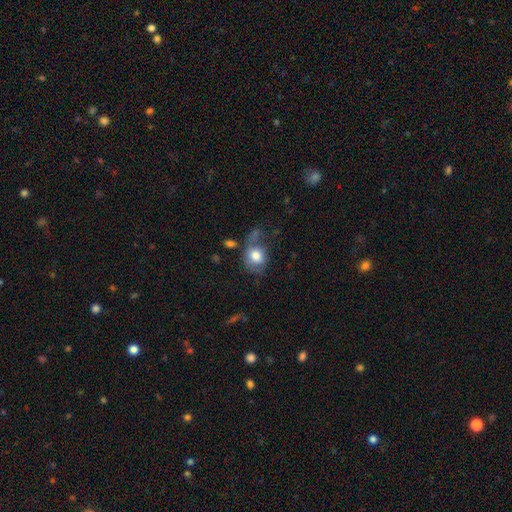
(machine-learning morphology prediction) type=smooth (73%); roundness=round (53%); merging=none (36%).